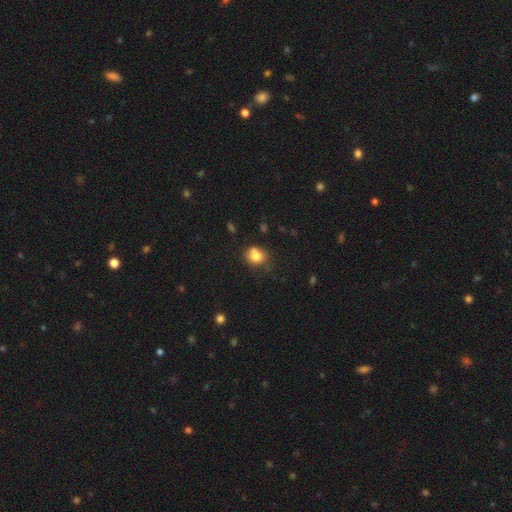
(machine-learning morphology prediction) This appears to be a smooth galaxy with no disk features (79%) that is round (66%). Merging: none (58%).